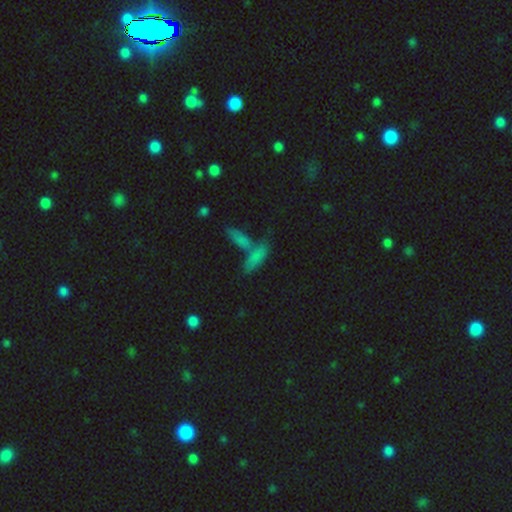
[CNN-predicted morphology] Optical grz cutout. It shows a smooth galaxy with no disk features (74%) that is in between round and cigar-shaped (49%). Merging: none (43%).